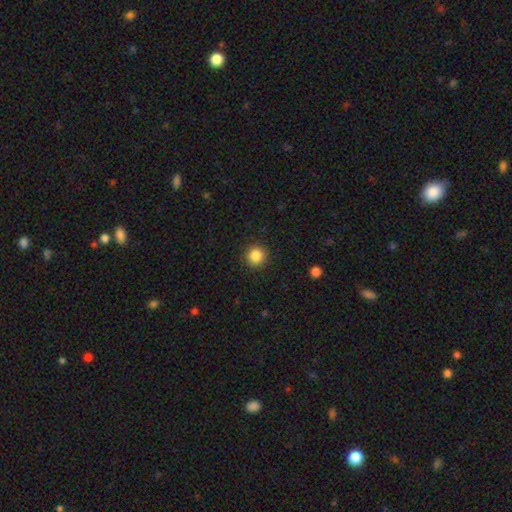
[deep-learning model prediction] A smooth galaxy with no disk features (85%) that is round (94%). Merging: none (92%).